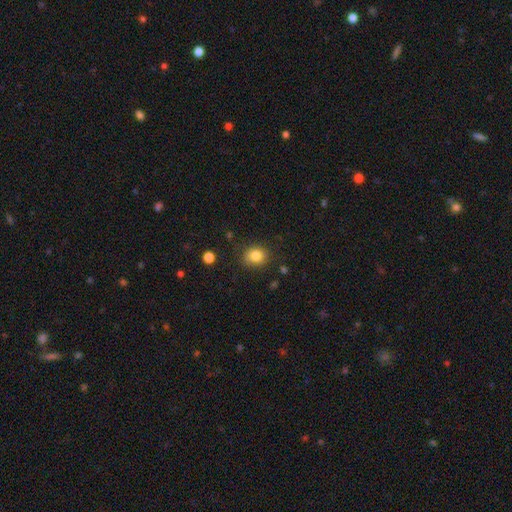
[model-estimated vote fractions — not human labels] Smooth or featured: smooth — 83% (star or artifact — 11%)
How rounded: round — 70% (in between — 29%)
Merging: none — 81% (minor disturbance — 14%)